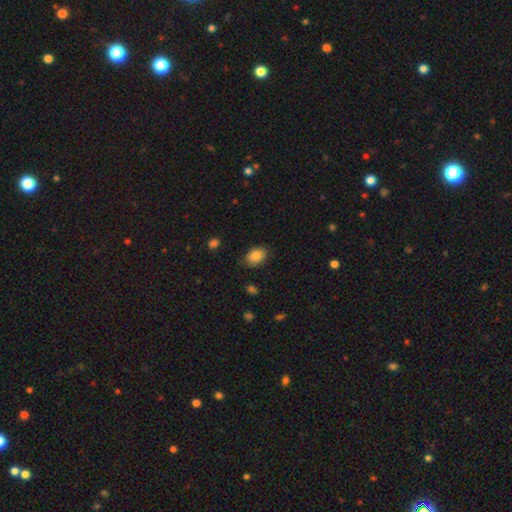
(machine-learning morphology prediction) Q: Smooth or featured?
A: smooth (86%); runner-up: star or artifact (8%)
Q: How rounded?
A: in between (77%); runner-up: round (22%)
Q: Merging?
A: none (79%); runner-up: minor disturbance (17%)